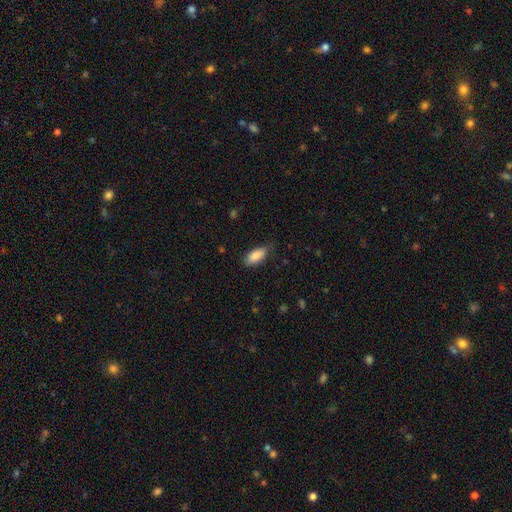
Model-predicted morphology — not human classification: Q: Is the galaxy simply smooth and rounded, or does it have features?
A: smooth — 86%.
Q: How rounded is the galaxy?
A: in between — 83%.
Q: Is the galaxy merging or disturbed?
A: none — 73%.